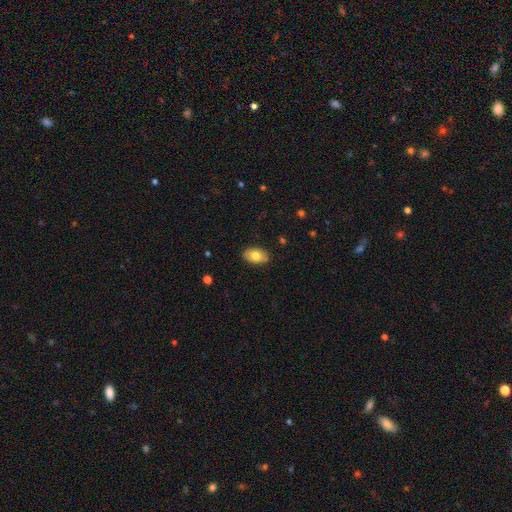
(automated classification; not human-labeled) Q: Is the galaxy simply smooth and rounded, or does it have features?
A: smooth — 77%.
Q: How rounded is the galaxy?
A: in between — 90%.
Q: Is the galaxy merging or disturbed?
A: none — 85%.